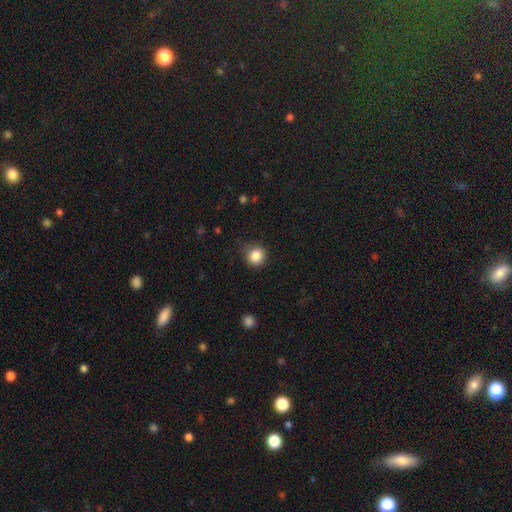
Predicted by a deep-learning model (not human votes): smooth-or-featured: smooth: 86% | star or artifact: 10% | featured or disk: 4%
  how-rounded: round: 88% | in between: 11% | cigar-shaped: 1%
  merging: none: 76% | minor disturbance: 18% | major disturbance: 5% | merger: 1%